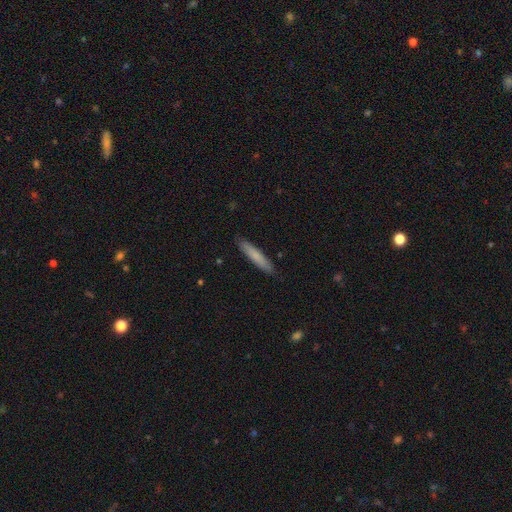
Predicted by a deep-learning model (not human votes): smooth_or_featured: smooth (p=0.76) [alt: featured or disk p=0.18]
how_rounded: cigar-shaped (p=0.91) [alt: in between p=0.07]
merging: none (p=0.89) [alt: minor disturbance p=0.08]